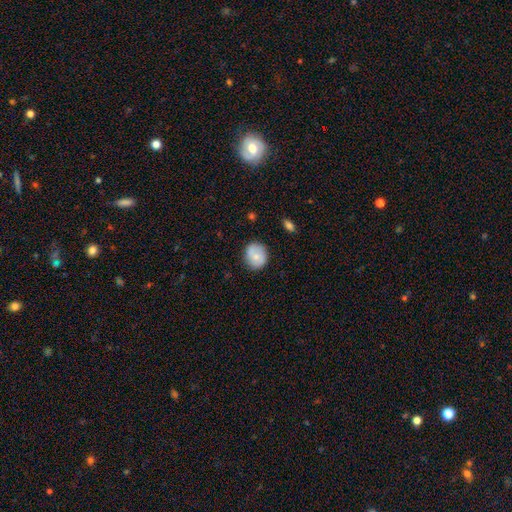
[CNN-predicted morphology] A smooth galaxy with no disk features (67%) that is round (70%). Merging: none (78%).